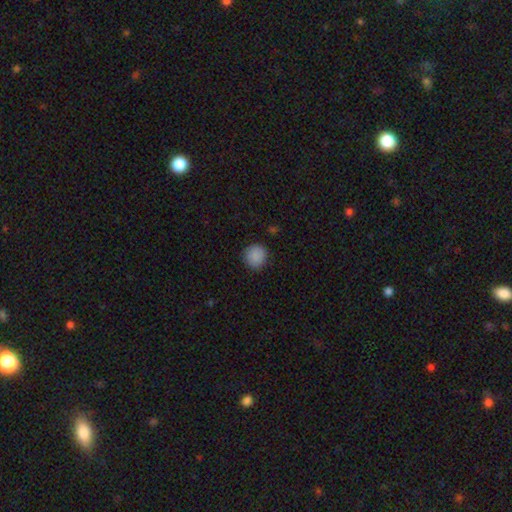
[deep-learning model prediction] smooth_or_featured: smooth (p=0.88) [alt: star or artifact p=0.09]
how_rounded: round (p=0.92) [alt: in between p=0.07]
merging: none (p=0.87) [alt: minor disturbance p=0.09]